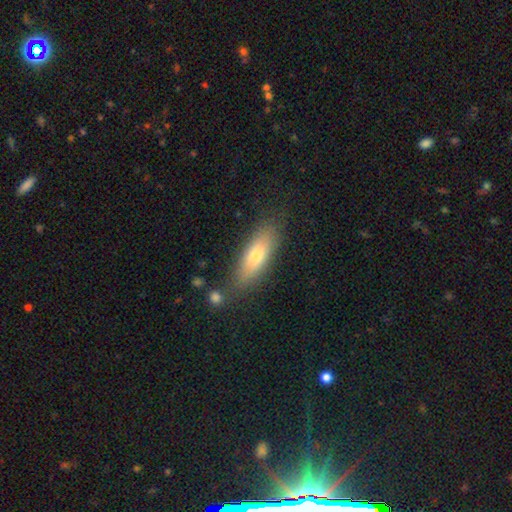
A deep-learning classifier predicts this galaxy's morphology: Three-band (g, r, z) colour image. It shows a smooth galaxy with no disk features (69%) that is in between round and cigar-shaped (53%). Merging: none (76%).